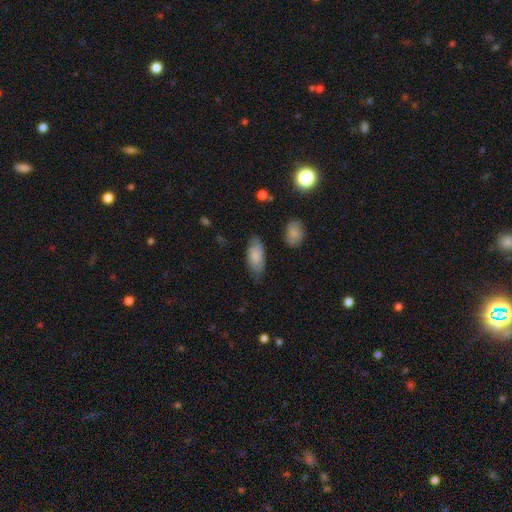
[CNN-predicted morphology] type=smooth (78%); roundness=in between (89%); merging=none (72%).